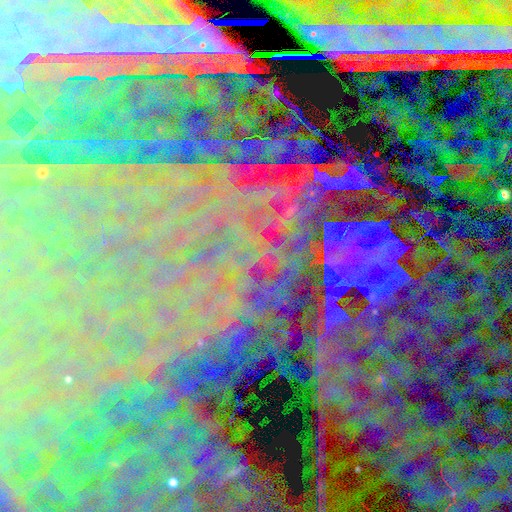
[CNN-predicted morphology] smooth-or-featured: star or artifact: 88% | featured or disk: 7% | smooth: 6%